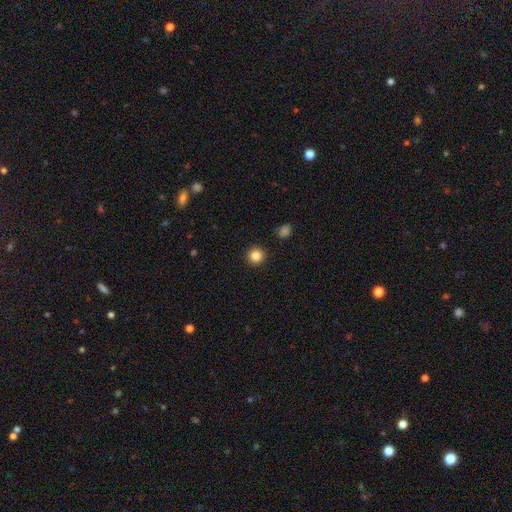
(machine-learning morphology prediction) This is clearly a smooth galaxy (84%). How rounded: clearly round (94%). Merging: clearly none (92%).